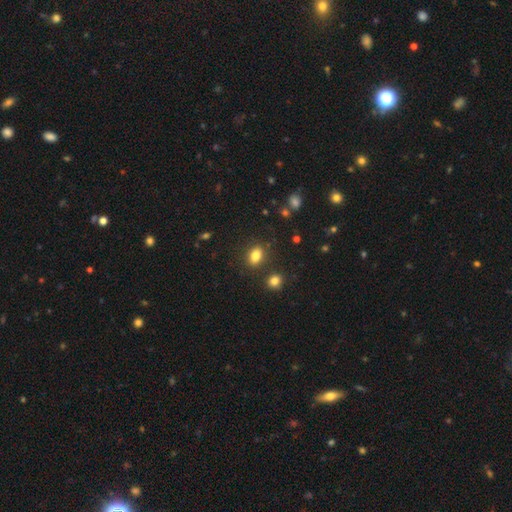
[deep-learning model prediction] The model was most divided on "how rounded": in between: 78%, round: 20%, cigar-shaped: 2%. More confident: smooth or featured — smooth (83%); merging — none (82%).